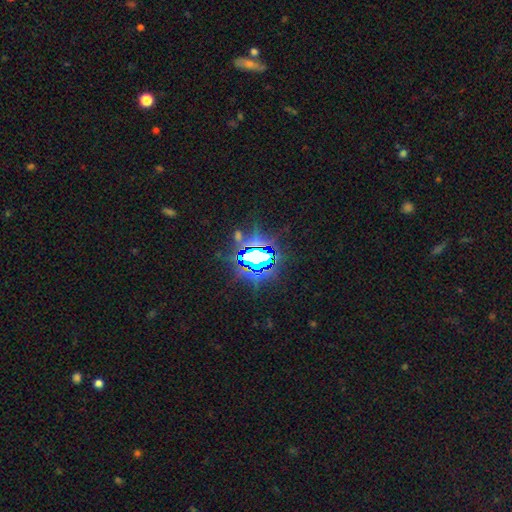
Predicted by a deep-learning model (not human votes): Smooth or featured?
  - star or artifact: 79% *
  - smooth: 11%
  - featured or disk: 11%